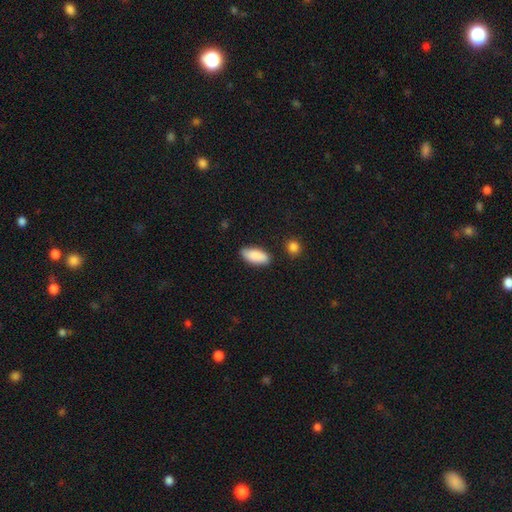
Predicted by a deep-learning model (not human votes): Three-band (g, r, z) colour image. It shows a smooth galaxy with no disk features (87%) that is in between round and cigar-shaped (88%). Merging: none (81%).